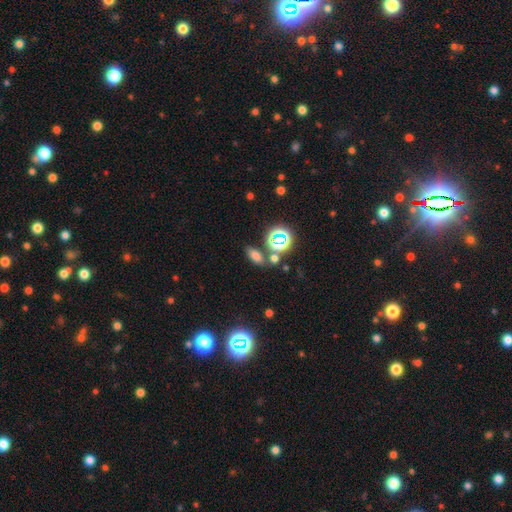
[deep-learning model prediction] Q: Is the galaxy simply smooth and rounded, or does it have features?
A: smooth — 66%.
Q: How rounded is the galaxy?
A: in between — 78%.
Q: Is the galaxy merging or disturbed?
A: none — 71%.